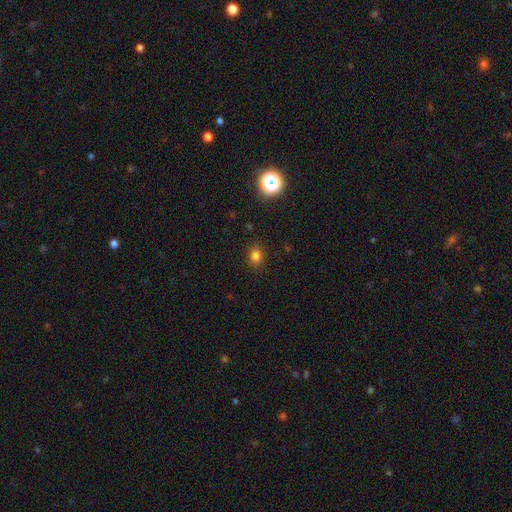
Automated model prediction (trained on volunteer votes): Smooth or featured: smooth — 79% (star or artifact — 16%)
How rounded: round — 70% (in between — 29%)
Merging: none — 87% (minor disturbance — 9%)